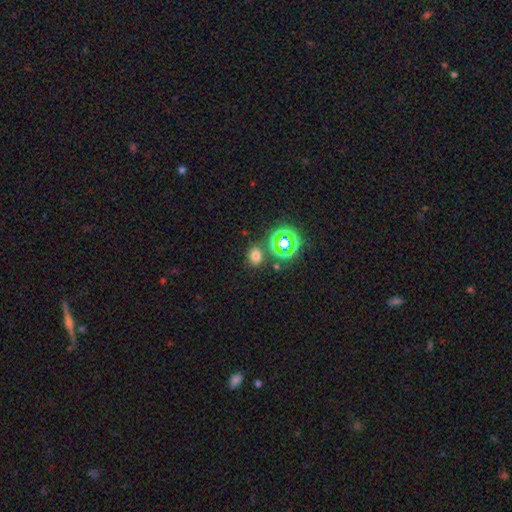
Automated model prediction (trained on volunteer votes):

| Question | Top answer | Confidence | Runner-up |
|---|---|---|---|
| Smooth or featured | smooth | 65% | star or artifact (27%) |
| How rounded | in between | 57% | round (42%) |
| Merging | none | 77% | minor disturbance (11%) |